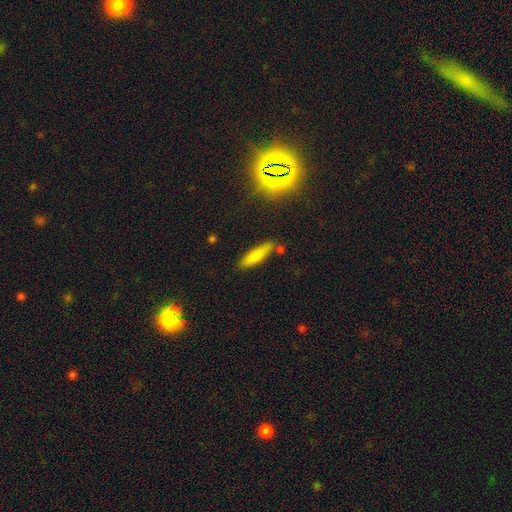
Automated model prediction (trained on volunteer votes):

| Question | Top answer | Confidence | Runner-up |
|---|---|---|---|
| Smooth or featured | smooth | 77% | featured or disk (14%) |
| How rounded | cigar-shaped | 73% | in between (25%) |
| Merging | none | 79% | minor disturbance (13%) |